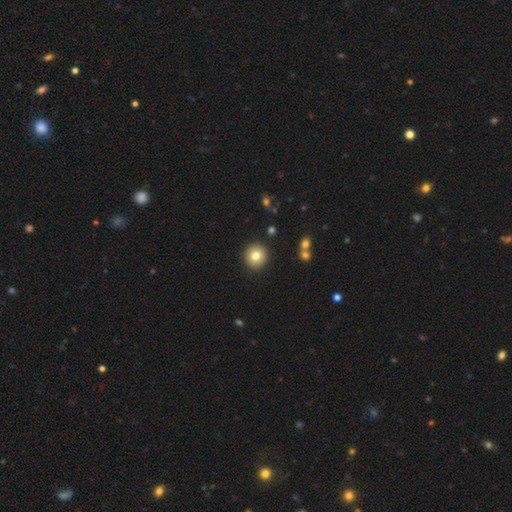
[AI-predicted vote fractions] A smooth galaxy with no disk features (79%) that is round (93%).

Vote fractions:
- Smooth or featured? smooth: 79% / featured or disk: 12% / star or artifact: 9%
- How rounded? round: 93% / in between: 6% / cigar-shaped: 1%
- Merging? none: 91% / minor disturbance: 5% / major disturbance: 2% / merger: 2%